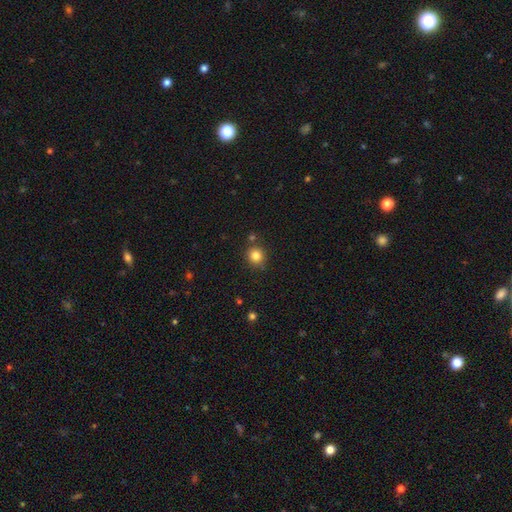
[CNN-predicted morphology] This is clearly a smooth galaxy (83%). How rounded: clearly round (89%). Merging: clearly none (81%).